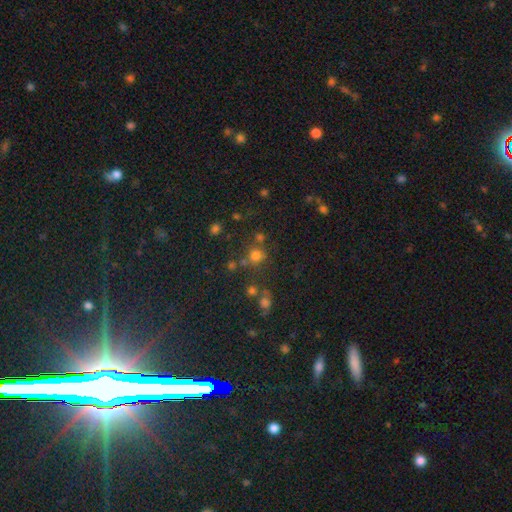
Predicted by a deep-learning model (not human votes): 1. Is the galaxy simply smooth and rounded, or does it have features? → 70% smooth, 22% star or artifact, 8% featured or disk.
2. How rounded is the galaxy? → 89% round, 10% in between, 1% cigar-shaped.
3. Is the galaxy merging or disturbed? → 68% none, 16% merger, 11% minor disturbance, 6% major disturbance.